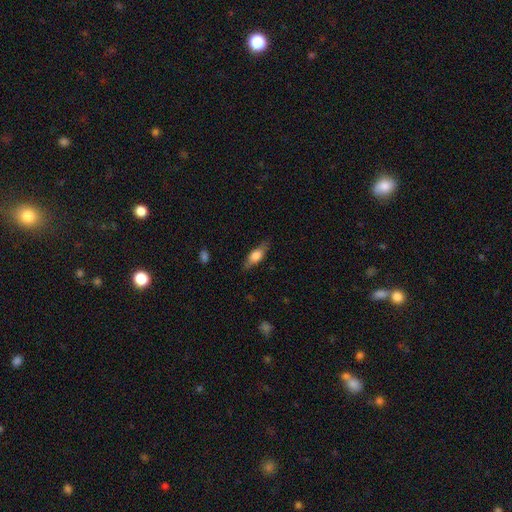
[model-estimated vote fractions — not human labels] smooth-or-featured: smooth: 61% | featured or disk: 32% | star or artifact: 7%
  how-rounded: in between: 60% | cigar-shaped: 36% | round: 4%
  merging: none: 80% | minor disturbance: 15% | major disturbance: 4% | merger: 1%